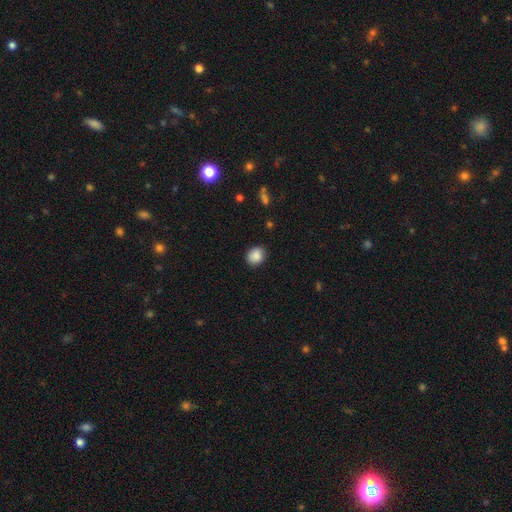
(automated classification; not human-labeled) A smooth galaxy with no disk features (88%) that is round (65%).

Vote fractions:
- Smooth or featured? smooth: 88% / star or artifact: 8% / featured or disk: 4%
- How rounded? round: 65% / in between: 34% / cigar-shaped: 1%
- Merging? none: 84% / minor disturbance: 12% / major disturbance: 2% / merger: 1%